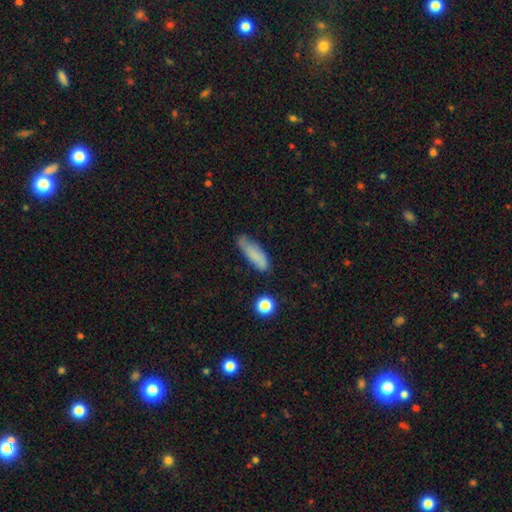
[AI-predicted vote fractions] smooth 77%, featured or disk 14%, star or artifact 9%. Down the decision tree: how rounded — in between (53%); merging — none (58%).